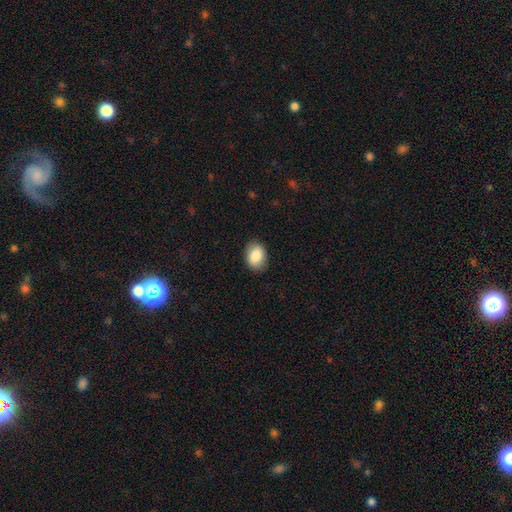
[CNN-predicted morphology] Smooth or featured: smooth — 85% (featured or disk — 8%)
How rounded: in between — 75% (round — 24%)
Merging: none — 87% (minor disturbance — 10%)